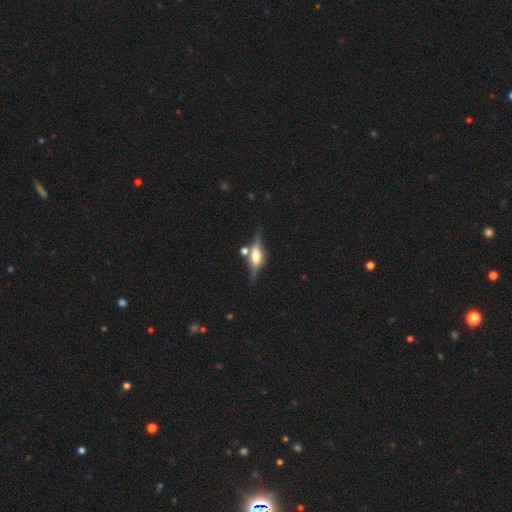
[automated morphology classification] Smooth or featured? featured or disk (69%)
Edge-on disk? yes (93%)
Edge-on bulge? rounded (75%)
Merging? none (71%)